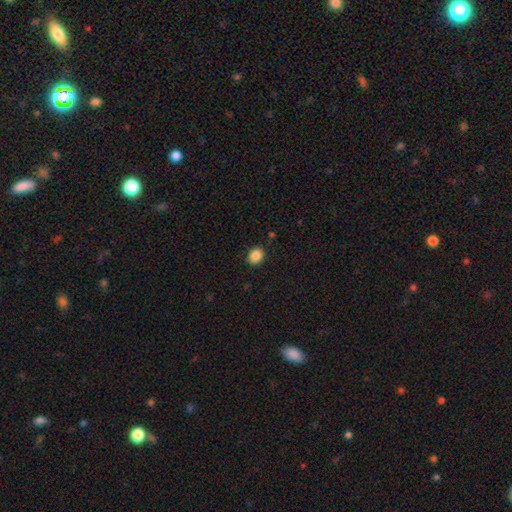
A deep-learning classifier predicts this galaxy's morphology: A smooth galaxy with no disk features (87%) that is round (60%).

Vote fractions:
- Smooth or featured? smooth: 87% / star or artifact: 9% / featured or disk: 4%
- How rounded? round: 60% / in between: 39% / cigar-shaped: 1%
- Merging? none: 88% / minor disturbance: 9% / major disturbance: 2% / merger: 2%